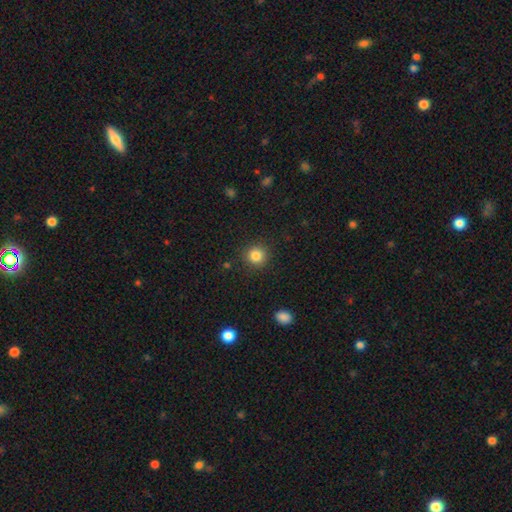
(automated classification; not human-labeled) Morphology: type=smooth (84%); roundness=round (92%); merging=none (90%).